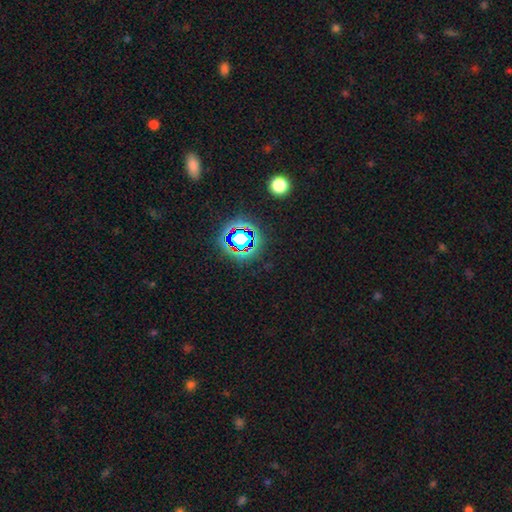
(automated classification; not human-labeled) Smooth or featured?
  - star or artifact: 75% *
  - smooth: 16%
  - featured or disk: 8%